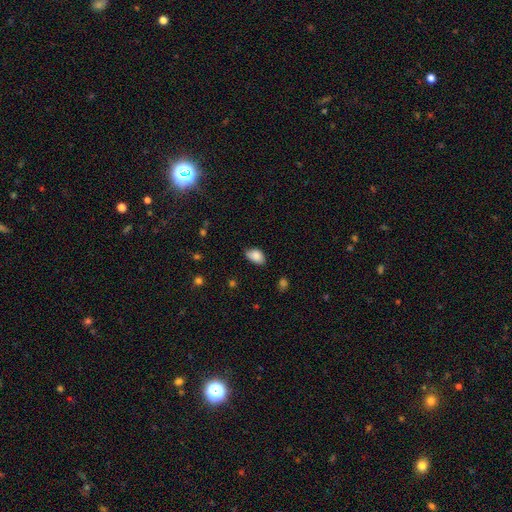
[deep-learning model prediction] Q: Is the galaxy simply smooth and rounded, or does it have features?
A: smooth — 85%.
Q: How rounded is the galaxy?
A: in between — 91%.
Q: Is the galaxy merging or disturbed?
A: none — 71%.